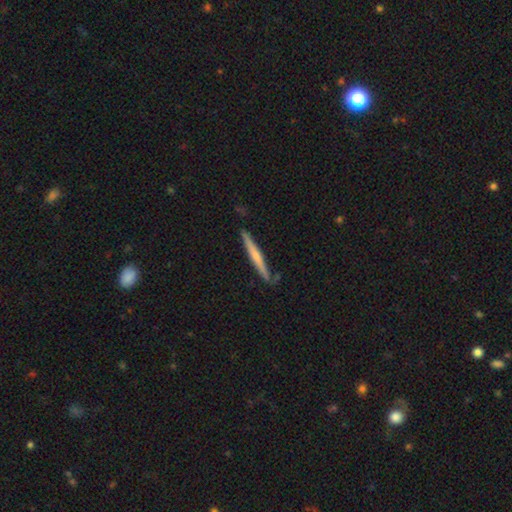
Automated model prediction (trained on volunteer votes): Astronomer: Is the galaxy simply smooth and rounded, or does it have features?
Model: smooth — 50% (runner-up: featured or disk, 46%).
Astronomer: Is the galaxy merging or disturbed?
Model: none — 84%.